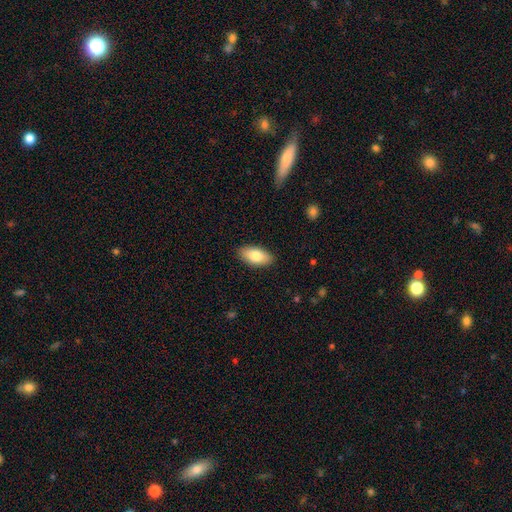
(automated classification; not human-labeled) This appears to be a smooth galaxy with no disk features (80%) that is in between round and cigar-shaped (92%). Merging: none (89%).